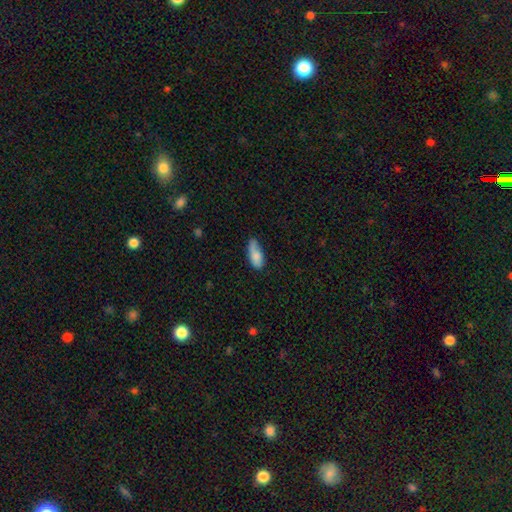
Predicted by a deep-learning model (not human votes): smooth 81%, featured or disk 12%, star or artifact 7%. Down the decision tree: how rounded — in between (79%); merging — none (50%).